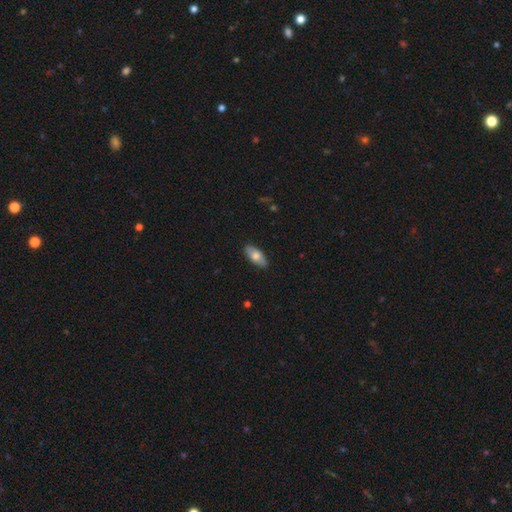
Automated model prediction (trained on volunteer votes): Smooth or featured?
  - smooth: 73% *
  - featured or disk: 21%
  - star or artifact: 6%
How rounded?
  - in between: 87% *
  - cigar-shaped: 11%
  - round: 2%
Merging?
  - none: 88% *
  - minor disturbance: 9%
  - major disturbance: 2%
  - merger: 1%